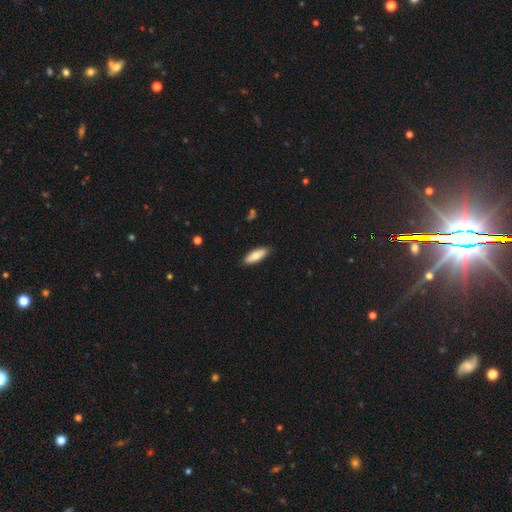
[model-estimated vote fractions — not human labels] This is clearly a smooth galaxy (83%). How rounded: likely in between (64%). Merging: clearly none (88%).